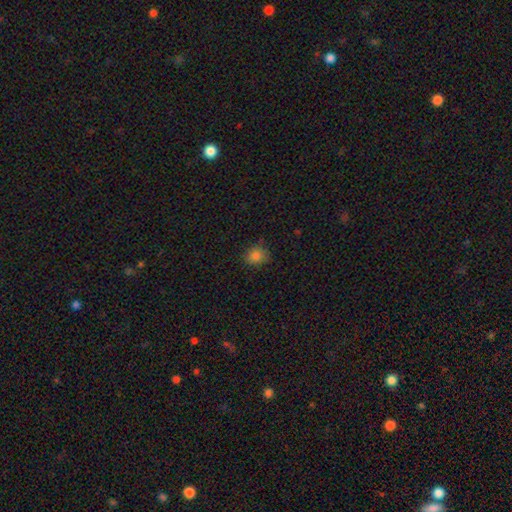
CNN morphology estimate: smooth-or-featured: smooth: 82% | star or artifact: 13% | featured or disk: 5%
  how-rounded: round: 72% | in between: 27% | cigar-shaped: 1%
  merging: none: 77% | minor disturbance: 18% | major disturbance: 4% | merger: 1%